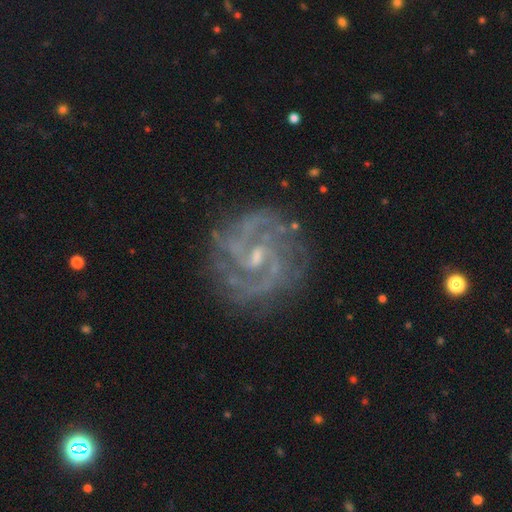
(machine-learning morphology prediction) Smooth or featured? featured or disk (91%)
Edge-on disk? no (98%)
Bar? weak (60%)
Spiral arms? yes (98%)
Spiral winding? medium (47%)
Spiral arm count? 2 (62%)
Bulge size? small (57%)
Merging? none (78%)